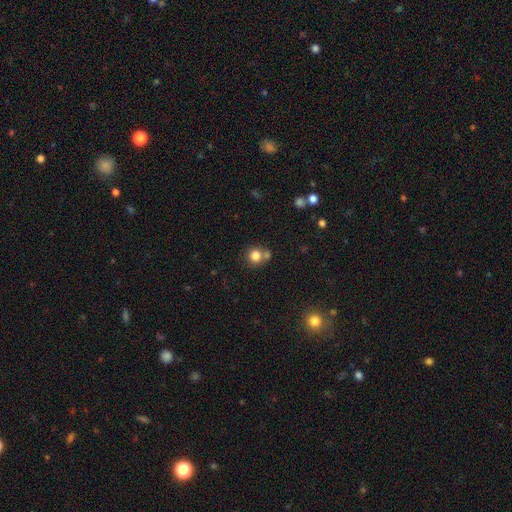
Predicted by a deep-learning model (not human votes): This appears to be a smooth galaxy with no disk features (82%) that is round (89%). Merging: none (59%).